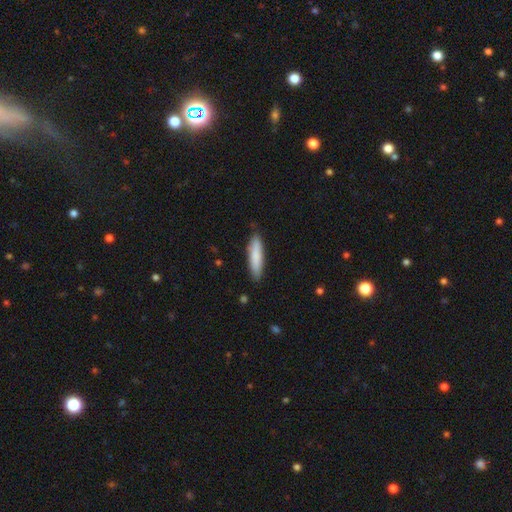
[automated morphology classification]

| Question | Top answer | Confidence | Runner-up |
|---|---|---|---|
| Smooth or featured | smooth | 83% | featured or disk (11%) |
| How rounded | cigar-shaped | 74% | in between (24%) |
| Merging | none | 84% | minor disturbance (12%) |